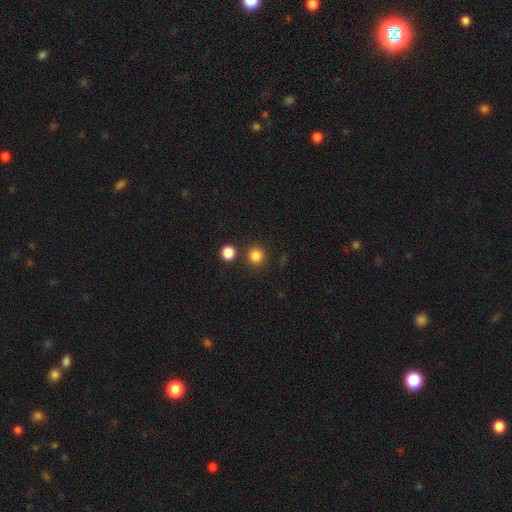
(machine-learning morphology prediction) Q: Smooth or featured?
A: smooth (84%); runner-up: star or artifact (12%)
Q: How rounded?
A: round (91%); runner-up: in between (8%)
Q: Merging?
A: none (84%); runner-up: merger (7%)